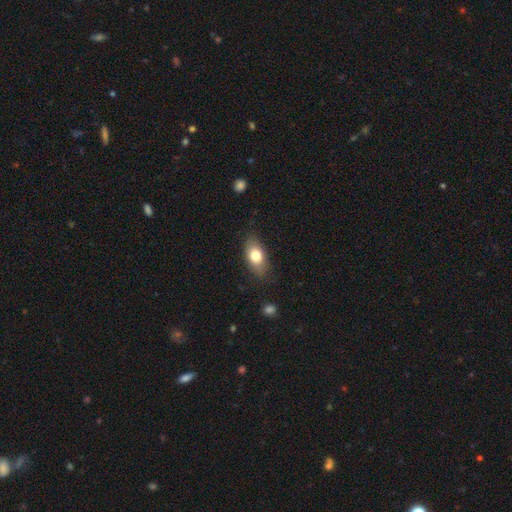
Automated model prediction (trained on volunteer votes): Overall: smooth (76%). How rounded: in between (86%). Merging: none (81%).